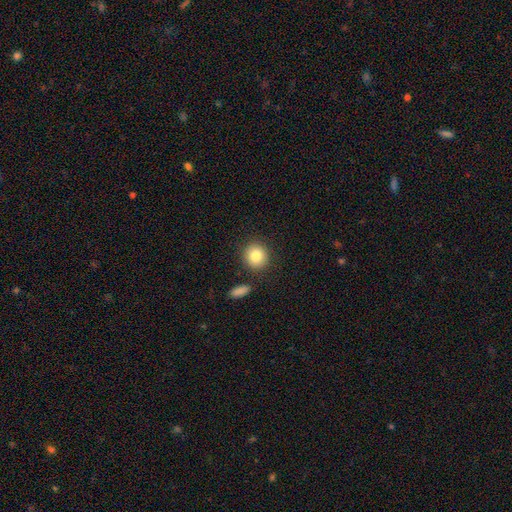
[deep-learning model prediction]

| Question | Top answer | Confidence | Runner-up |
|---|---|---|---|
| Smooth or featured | smooth | 84% | star or artifact (8%) |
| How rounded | round | 88% | in between (11%) |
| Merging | none | 84% | minor disturbance (8%) |